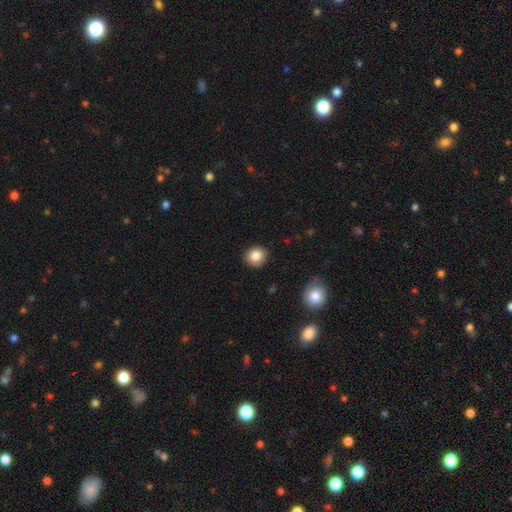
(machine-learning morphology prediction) Smooth or featured? smooth (85%)
How rounded? round (83%)
Merging? none (90%)